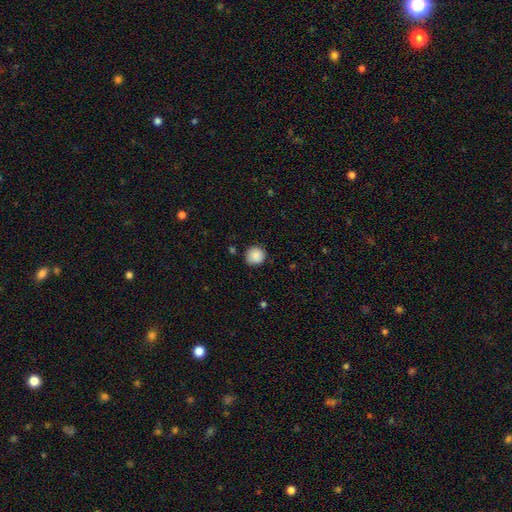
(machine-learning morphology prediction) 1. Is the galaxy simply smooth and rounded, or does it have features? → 87% smooth, 8% star or artifact, 5% featured or disk.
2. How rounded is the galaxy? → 90% round, 9% in between, 1% cigar-shaped.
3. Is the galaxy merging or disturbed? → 83% none, 13% minor disturbance, 3% major disturbance, 1% merger.